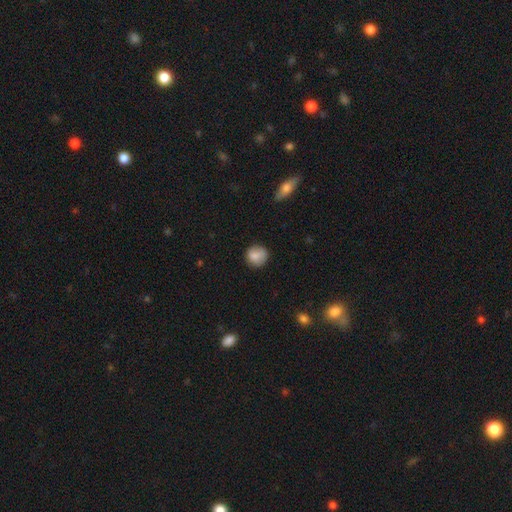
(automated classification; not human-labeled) smooth-or-featured: smooth: 84% | star or artifact: 8% | featured or disk: 8%
  how-rounded: round: 89% | in between: 10% | cigar-shaped: 1%
  merging: none: 79% | minor disturbance: 16% | major disturbance: 3% | merger: 1%